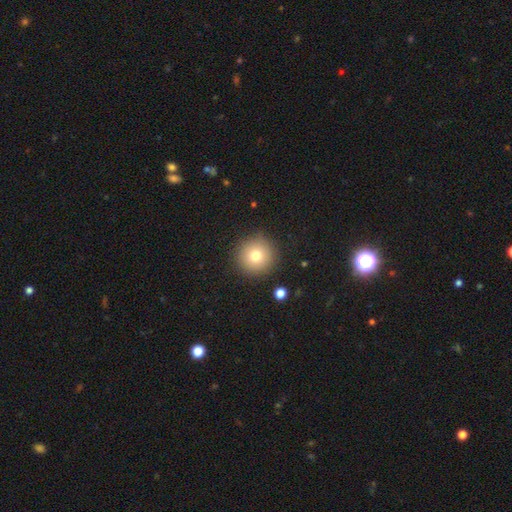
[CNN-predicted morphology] A smooth galaxy with no disk features (76%) that is round (96%). Merging: none (89%).